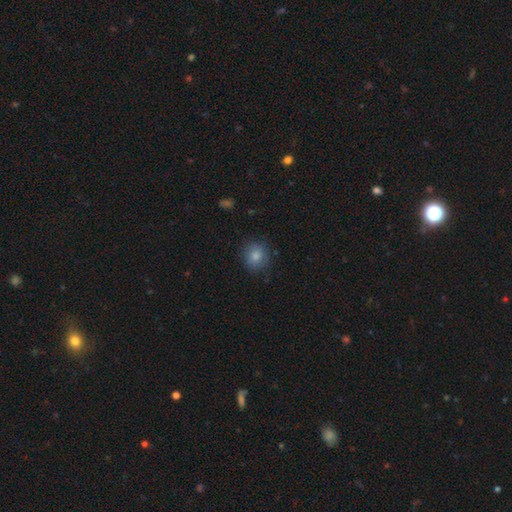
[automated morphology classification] The model was most divided on "how rounded": round: 82%, in between: 17%, cigar-shaped: 1%. More confident: smooth or featured — smooth (83%); merging — none (83%).